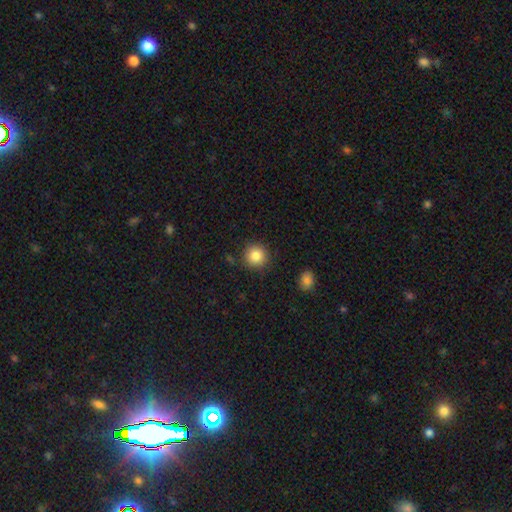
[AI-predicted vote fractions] Smooth or featured? smooth (85%)
How rounded? round (94%)
Merging? none (88%)